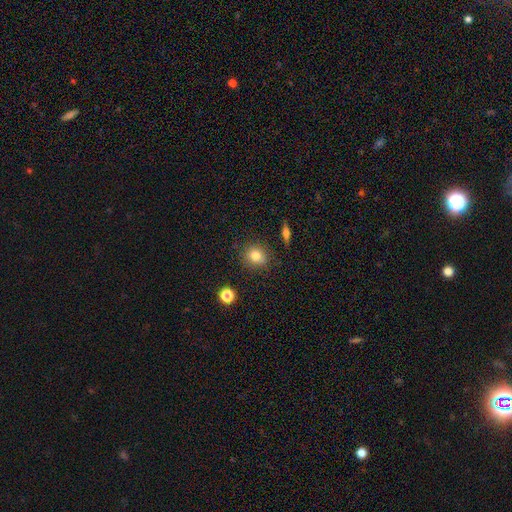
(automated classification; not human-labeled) Smooth or featured: smooth — 81% (star or artifact — 11%)
How rounded: round — 73% (in between — 25%)
Merging: none — 84% (minor disturbance — 11%)